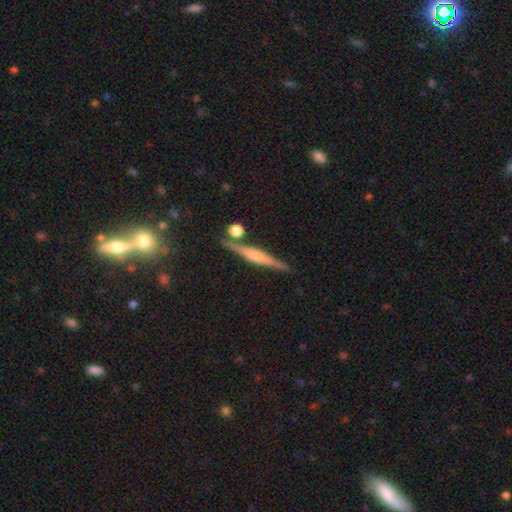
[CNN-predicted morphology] This is likely a featured or disk galaxy (70%). It is clearly viewed edge-on (97%). Edge-on bulge: possibly rounded (55%). Merging: clearly none (83%).